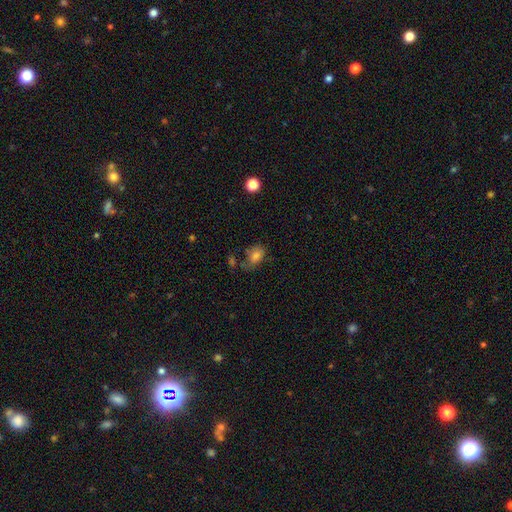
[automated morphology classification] A smooth galaxy with no disk features (79%) that is in between round and cigar-shaped (83%). Merging: none (55%).